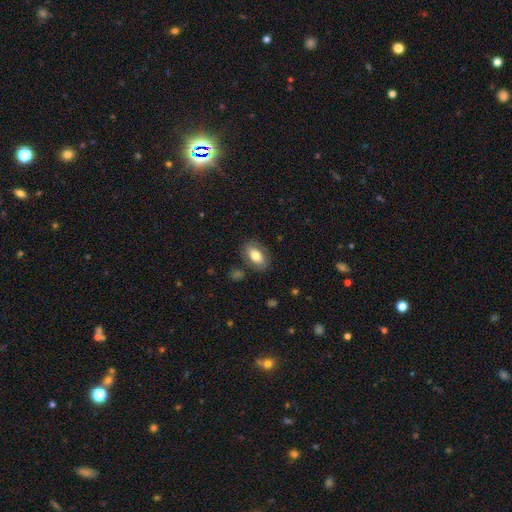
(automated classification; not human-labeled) Morphology: type=smooth (67%); roundness=in between (90%); merging=none (77%).